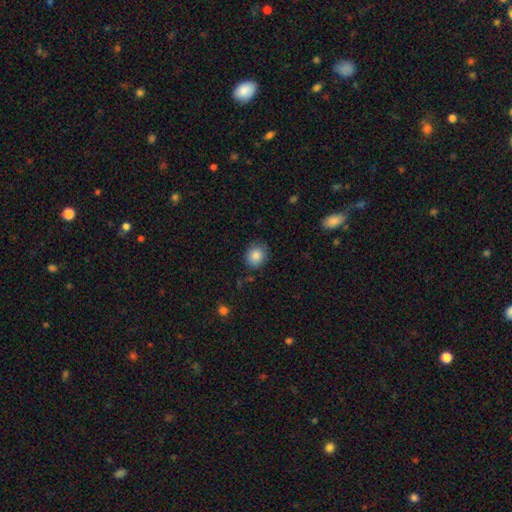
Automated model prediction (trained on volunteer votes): smooth 86%, star or artifact 9%, featured or disk 5%. Down the decision tree: how rounded — round (78%); merging — none (82%).